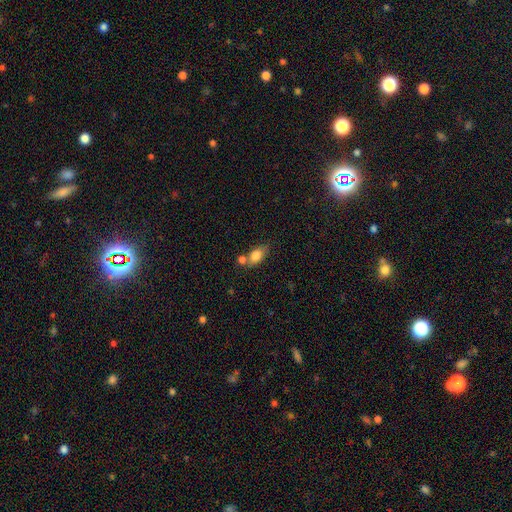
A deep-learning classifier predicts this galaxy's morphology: type=smooth (80%); roundness=in between (84%); merging=none (52%).